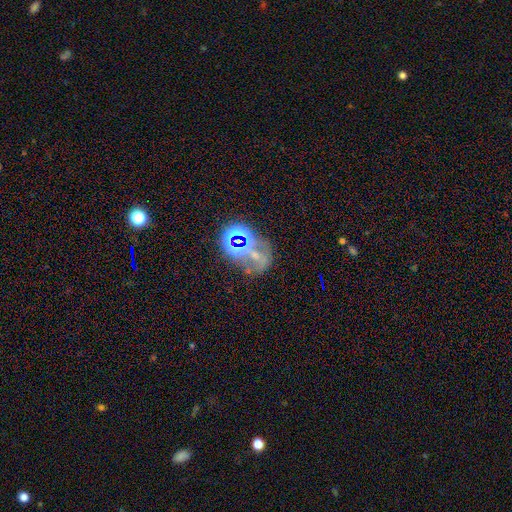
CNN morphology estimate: This appears to be a star or artifact, not a galaxy (45%).